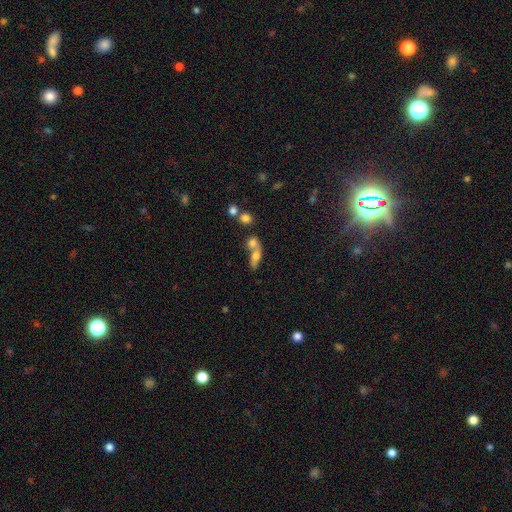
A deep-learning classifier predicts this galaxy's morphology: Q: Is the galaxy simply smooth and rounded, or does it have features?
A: smooth — 65%.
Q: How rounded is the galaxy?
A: in between — 66%.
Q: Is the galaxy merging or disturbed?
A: merger — 61%.